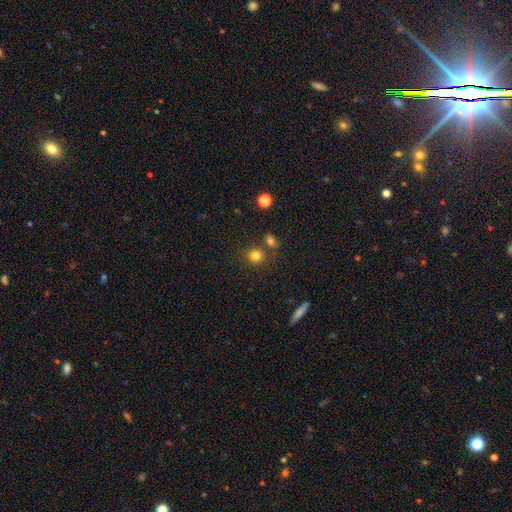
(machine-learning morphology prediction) smooth_or_featured: smooth (p=0.79) [alt: star or artifact p=0.14]
how_rounded: round (p=0.82) [alt: in between p=0.17]
merging: none (p=0.72) [alt: merger p=0.15]